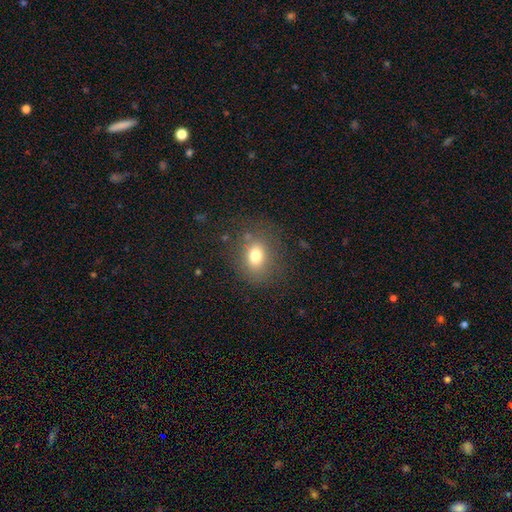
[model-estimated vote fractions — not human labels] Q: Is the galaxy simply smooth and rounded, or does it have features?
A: smooth — 75%.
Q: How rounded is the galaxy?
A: in between — 54%.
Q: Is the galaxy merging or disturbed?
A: none — 78%.